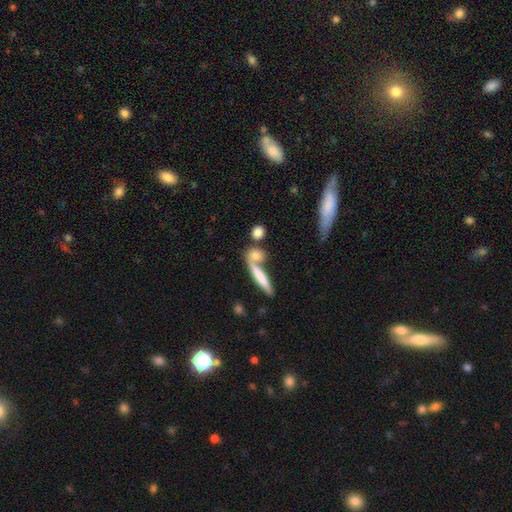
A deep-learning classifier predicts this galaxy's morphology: smooth 73%, featured or disk 19%, star or artifact 8%. Down the decision tree: how rounded — cigar-shaped (43%); merging — none (48%).